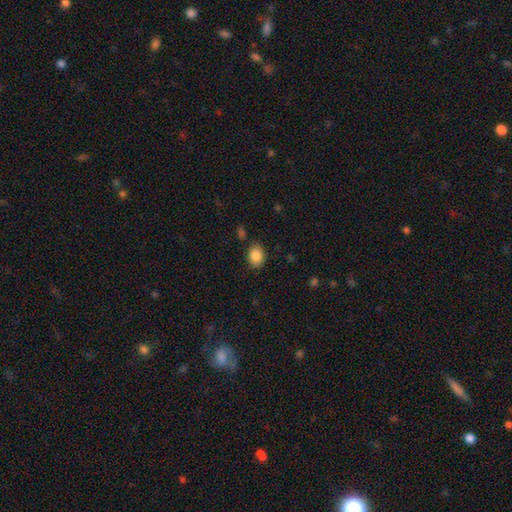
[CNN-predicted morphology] smooth_or_featured: smooth (p=0.87) [alt: star or artifact p=0.08]
how_rounded: in between (p=0.63) [alt: round p=0.36]
merging: none (p=0.82) [alt: minor disturbance p=0.12]